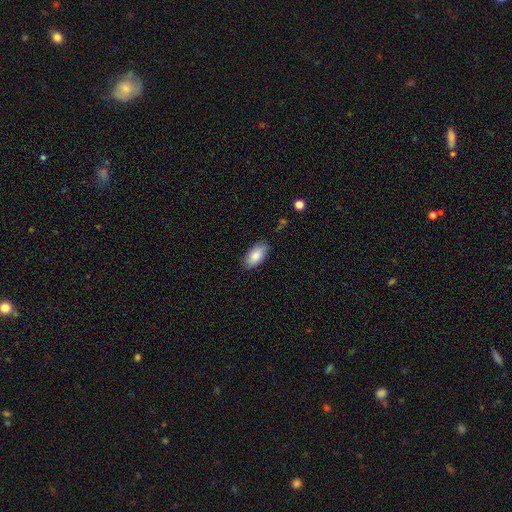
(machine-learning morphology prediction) type=smooth (86%); roundness=in between (93%); merging=none (81%).